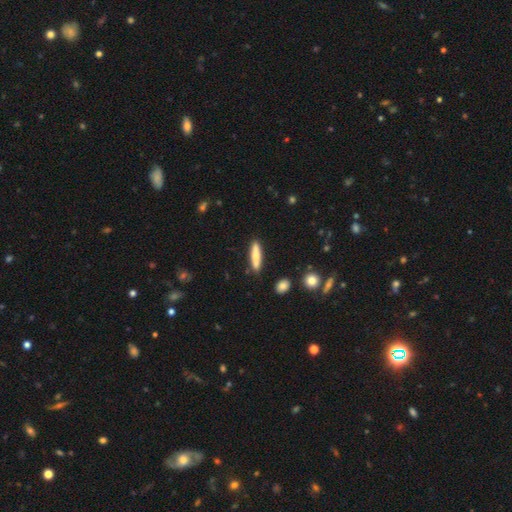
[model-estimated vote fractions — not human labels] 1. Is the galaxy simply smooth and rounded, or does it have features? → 75% smooth, 18% featured or disk, 6% star or artifact.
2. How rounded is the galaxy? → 85% cigar-shaped, 13% in between, 2% round.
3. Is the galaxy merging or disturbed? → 86% none, 10% minor disturbance, 3% merger, 2% major disturbance.